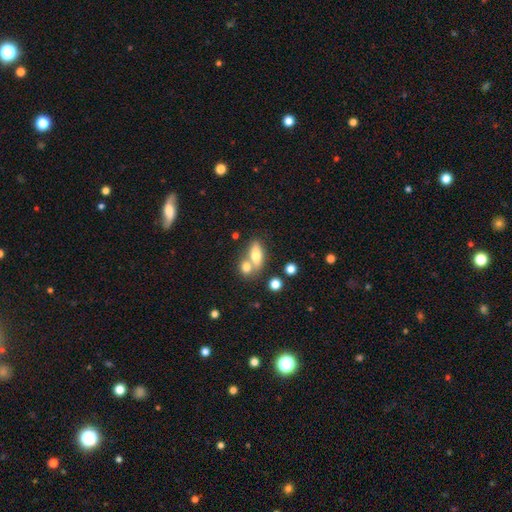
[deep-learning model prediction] Q: Smooth or featured?
A: smooth (70%); runner-up: featured or disk (21%)
Q: How rounded?
A: in between (73%); runner-up: cigar-shaped (16%)
Q: Merging?
A: merger (45%); runner-up: none (41%)